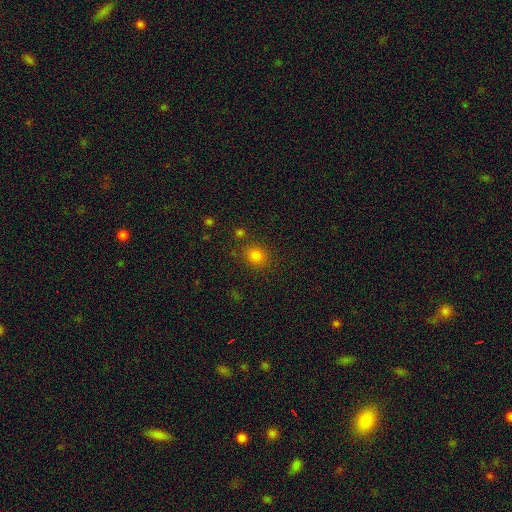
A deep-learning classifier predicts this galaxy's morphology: smooth_or_featured: smooth (p=0.81) [alt: star or artifact p=0.14]
how_rounded: round (p=0.71) [alt: in between p=0.28]
merging: none (p=0.81) [alt: minor disturbance p=0.10]